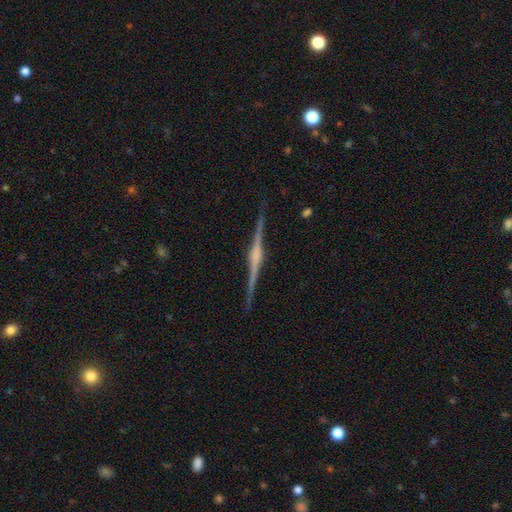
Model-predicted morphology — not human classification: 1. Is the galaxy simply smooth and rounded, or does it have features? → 88% featured or disk, 7% smooth, 5% star or artifact.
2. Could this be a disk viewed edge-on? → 99% yes, 1% no.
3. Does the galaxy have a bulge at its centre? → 67% rounded, 23% boxy, 9% none.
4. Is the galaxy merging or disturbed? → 91% none, 7% minor disturbance, 1% major disturbance, 1% merger.